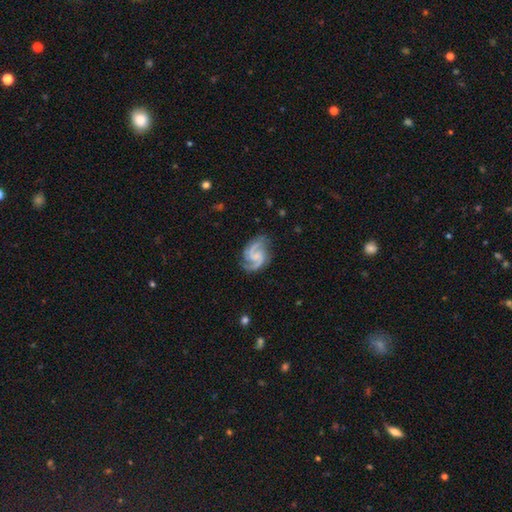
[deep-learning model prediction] The model was most divided on "bar": no: 47%, weak: 43%, strong: 10%. Remaining: edge-on disk — no (98%); spiral arms — yes (98%); smooth or featured — featured or disk (91%); spiral arm count — 2 (87%); merging — none (77%); spiral winding — medium (58%); bulge size — none (44%).